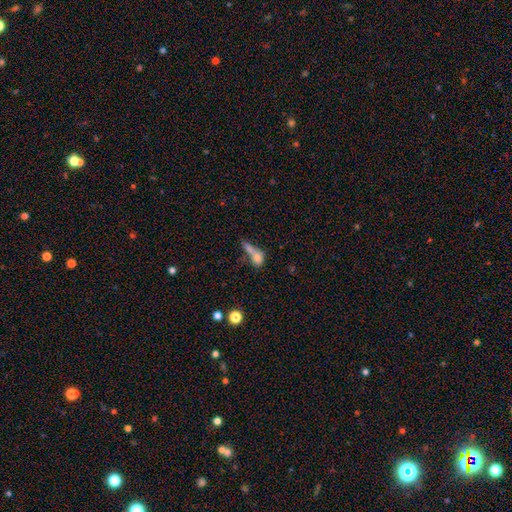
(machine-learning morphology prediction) Smooth or featured: smooth — 67% (featured or disk — 20%)
How rounded: in between — 49% (cigar-shaped — 26%)
Merging: merger — 45% (none — 27%)